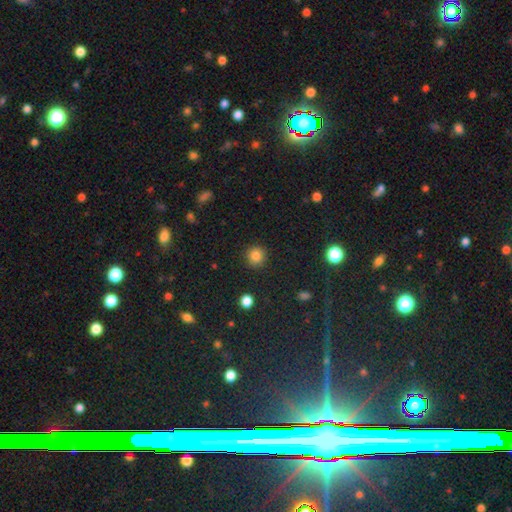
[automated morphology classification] This is clearly a smooth galaxy (84%). How rounded: clearly round (93%). Merging: clearly none (91%).